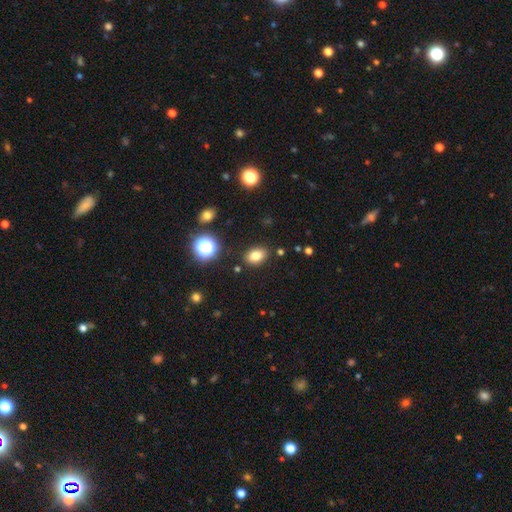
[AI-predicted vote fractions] Overall: smooth (80%). How rounded: in between (79%). Merging: none (85%).